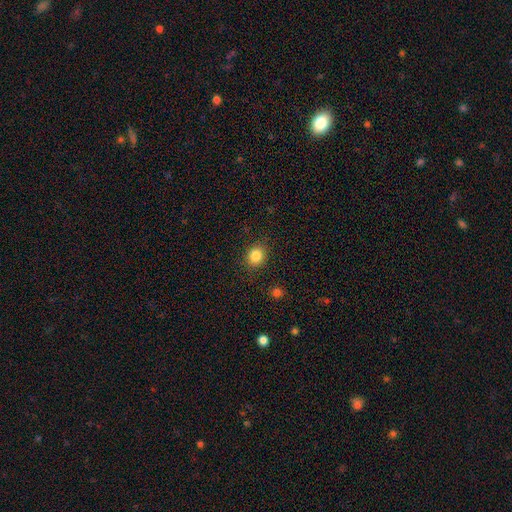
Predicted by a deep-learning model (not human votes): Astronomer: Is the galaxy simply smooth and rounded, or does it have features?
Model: smooth — 84%.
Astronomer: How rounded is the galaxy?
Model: round — 69%.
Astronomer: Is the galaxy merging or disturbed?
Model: none — 86%.